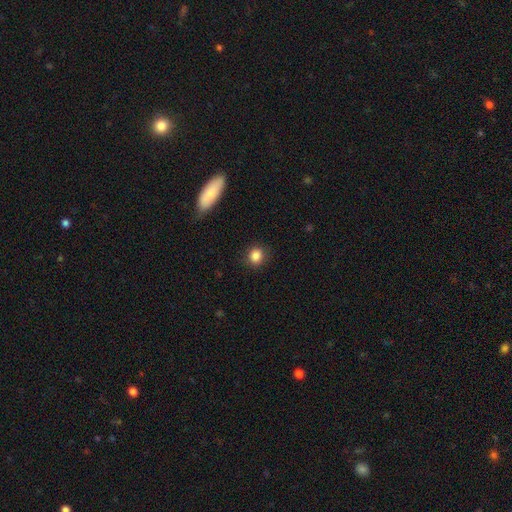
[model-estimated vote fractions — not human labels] Smooth or featured?
  - smooth: 86% *
  - star or artifact: 10%
  - featured or disk: 4%
How rounded?
  - round: 81% *
  - in between: 17%
  - cigar-shaped: 1%
Merging?
  - none: 88% *
  - minor disturbance: 9%
  - major disturbance: 2%
  - merger: 1%